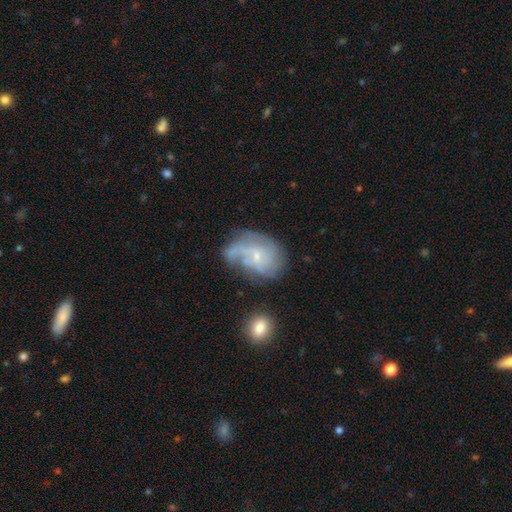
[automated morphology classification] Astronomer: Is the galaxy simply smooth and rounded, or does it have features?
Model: featured or disk — 66%.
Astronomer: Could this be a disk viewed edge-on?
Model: no — 97%.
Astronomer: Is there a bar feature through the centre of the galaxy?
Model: no — 68%.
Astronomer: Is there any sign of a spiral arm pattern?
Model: yes — 80%.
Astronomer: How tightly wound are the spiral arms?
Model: medium — 36% (runner-up: loose, 34%).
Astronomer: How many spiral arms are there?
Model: can't tell — 37% (runner-up: 2, 23%).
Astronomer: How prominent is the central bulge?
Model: small — 76%.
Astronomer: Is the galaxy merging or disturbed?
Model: none — 37% (runner-up: minor disturbance, 28%).